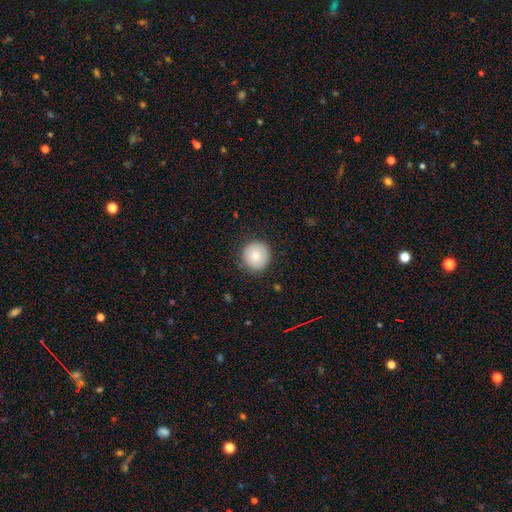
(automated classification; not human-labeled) The model was most divided on "smooth or featured": smooth: 81%, featured or disk: 11%, star or artifact: 7%. More confident: how rounded — round (94%); merging — none (88%).